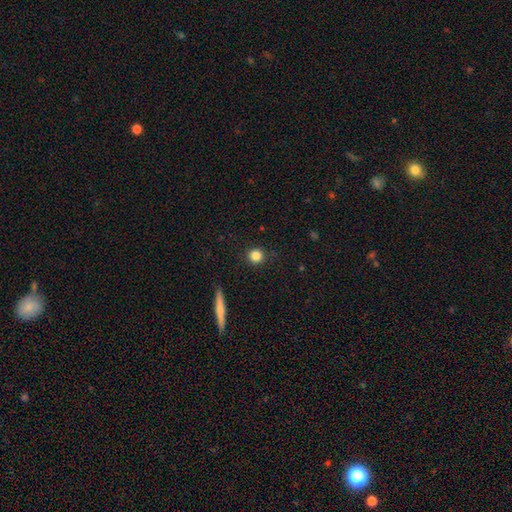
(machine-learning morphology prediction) This appears to be a smooth galaxy with no disk features (83%) that is round (93%). Merging: none (90%).